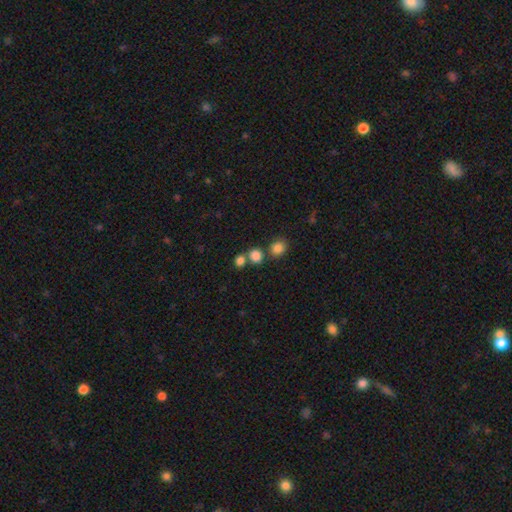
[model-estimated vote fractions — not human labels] Smooth or featured? smooth (82%)
How rounded? round (76%)
Merging? none (60%)